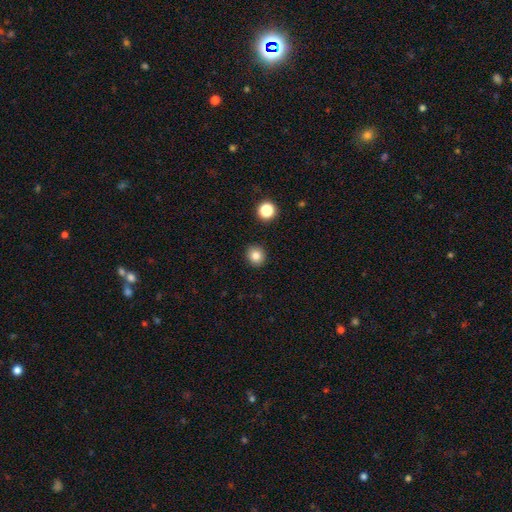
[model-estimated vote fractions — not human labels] This is clearly a smooth galaxy (82%). How rounded: clearly round (87%). Merging: clearly none (91%).